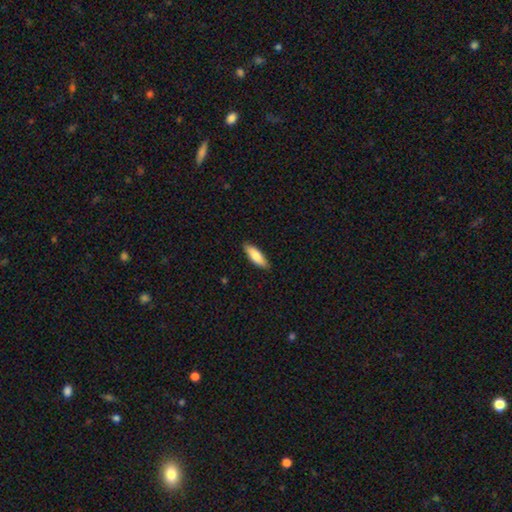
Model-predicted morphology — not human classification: type=smooth (82%); roundness=in between (60%); merging=none (88%).